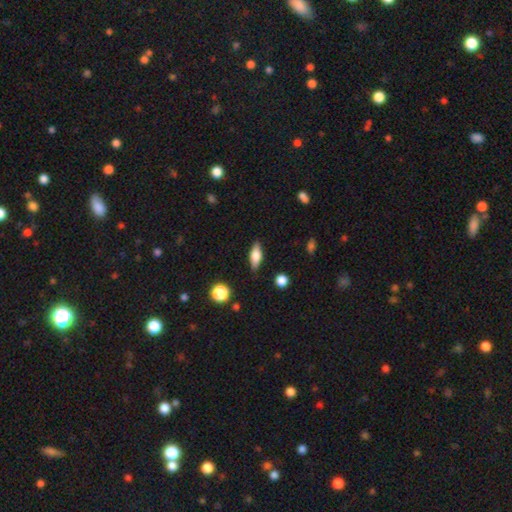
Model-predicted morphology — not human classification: A smooth galaxy with no disk features (69%) that is in between round and cigar-shaped (68%).

Vote fractions:
- Smooth or featured? smooth: 69% / featured or disk: 23% / star or artifact: 8%
- How rounded? in between: 68% / cigar-shaped: 28% / round: 4%
- Merging? none: 84% / minor disturbance: 12% / major disturbance: 3% / merger: 2%